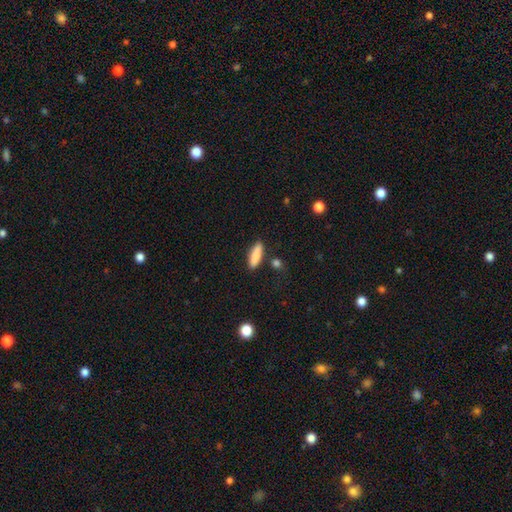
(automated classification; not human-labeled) Smooth or featured? Predicted: smooth (p=0.84). How rounded? Predicted: cigar-shaped (p=0.52). Merging? Predicted: none (p=0.82).